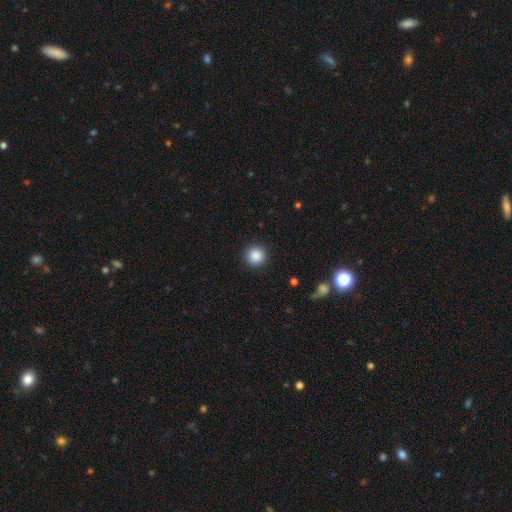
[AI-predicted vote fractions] A smooth galaxy with no disk features (87%) that is round (95%).

Vote fractions:
- Smooth or featured? smooth: 87% / star or artifact: 10% / featured or disk: 3%
- How rounded? round: 95% / in between: 4% / cigar-shaped: 1%
- Merging? none: 92% / minor disturbance: 5% / major disturbance: 2% / merger: 1%